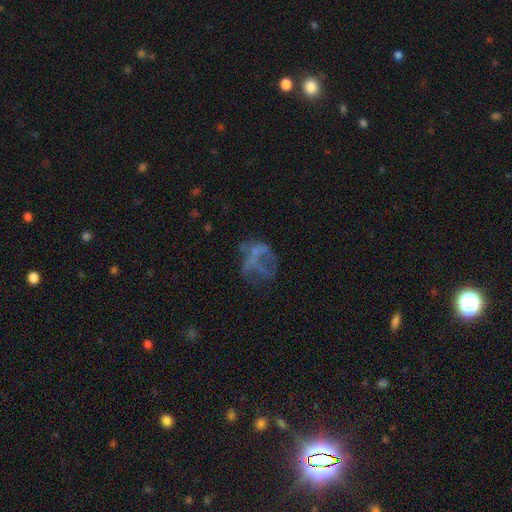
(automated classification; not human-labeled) Morphology: type=featured or disk (50%); edge-on=no (97%); merging=none (39%).